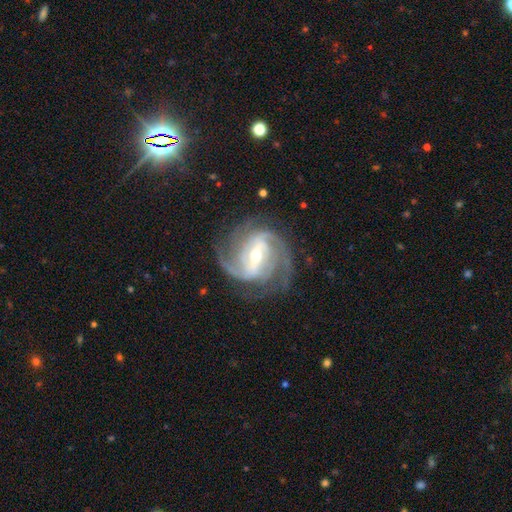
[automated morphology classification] A featured or disk galaxy (92%) with a strong bar (53%), 3 (35%) medium (48%) spiral arms (98%) and a small central bulge (48%). Merging: none (75%).